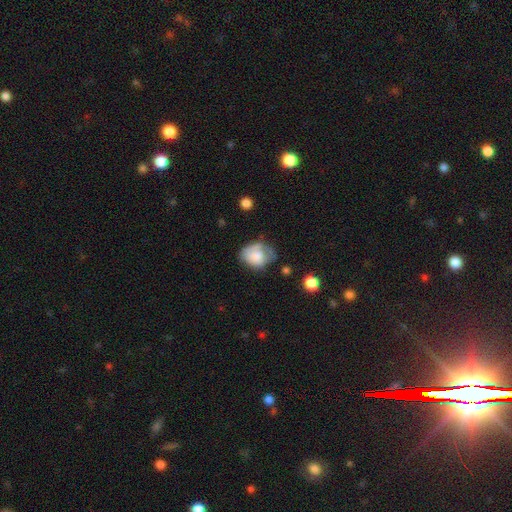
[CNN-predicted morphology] smooth_or_featured: smooth (p=0.68) [alt: featured or disk p=0.24]
how_rounded: in between (p=0.55) [alt: round p=0.44]
merging: none (p=0.39) [alt: minor disturbance p=0.35]